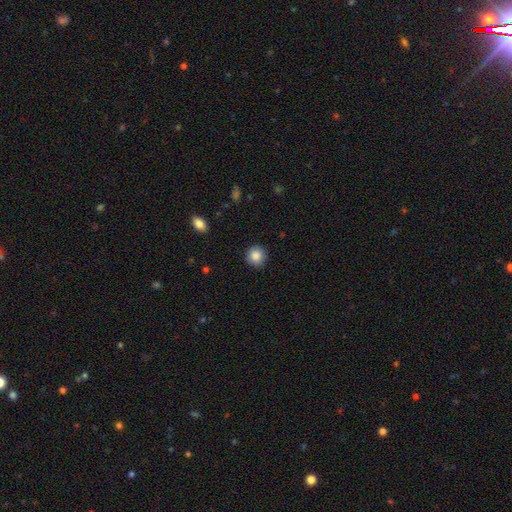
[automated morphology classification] Q: Smooth or featured?
A: smooth (86%); runner-up: star or artifact (9%)
Q: How rounded?
A: round (92%); runner-up: in between (7%)
Q: Merging?
A: none (90%); runner-up: minor disturbance (7%)